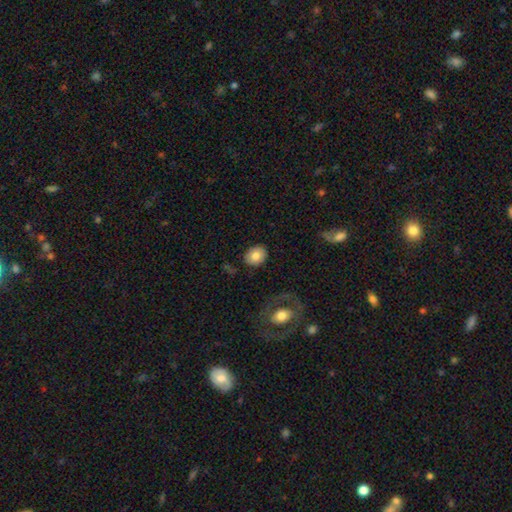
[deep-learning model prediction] A smooth galaxy with no disk features (76%) that is round (52%).

Vote fractions:
- Smooth or featured? smooth: 76% / featured or disk: 16% / star or artifact: 8%
- How rounded? round: 52% / in between: 47% / cigar-shaped: 1%
- Merging? none: 84% / minor disturbance: 10% / major disturbance: 3% / merger: 2%